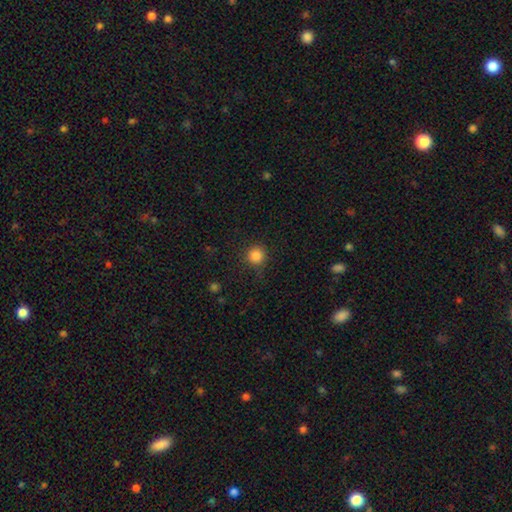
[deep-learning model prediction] Smooth or featured: smooth — 85% (star or artifact — 11%)
How rounded: round — 94% (in between — 5%)
Merging: none — 86% (minor disturbance — 10%)